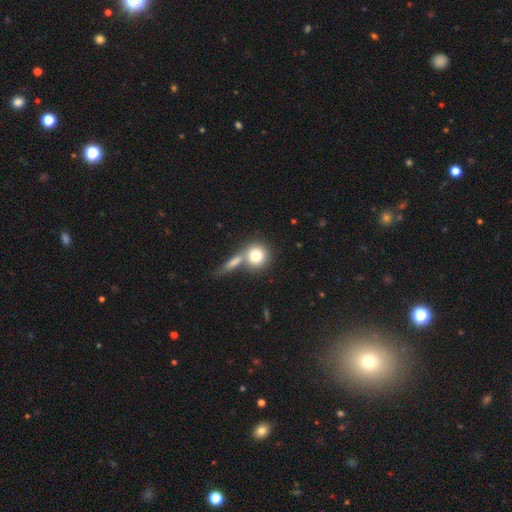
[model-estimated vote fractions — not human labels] Q: Smooth or featured?
A: smooth (77%); runner-up: featured or disk (14%)
Q: How rounded?
A: round (88%); runner-up: in between (10%)
Q: Merging?
A: none (48%); runner-up: merger (38%)